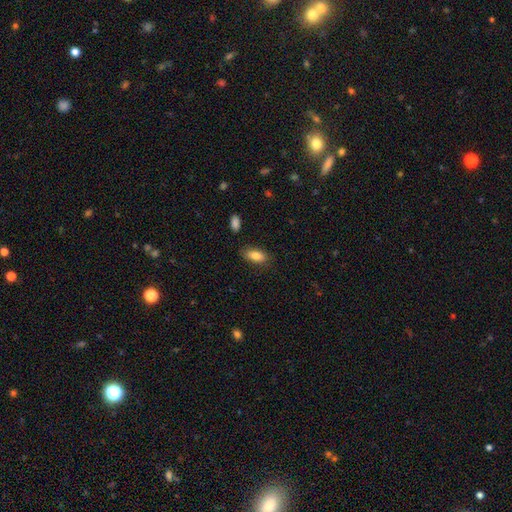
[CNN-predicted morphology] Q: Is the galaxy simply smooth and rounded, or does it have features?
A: smooth — 83%.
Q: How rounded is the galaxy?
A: in between — 85%.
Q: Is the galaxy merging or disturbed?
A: none — 83%.